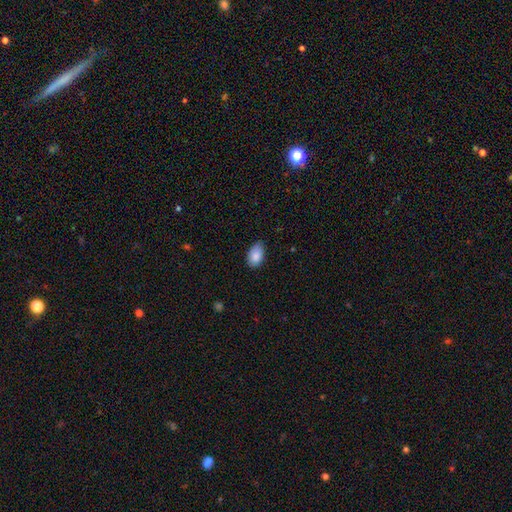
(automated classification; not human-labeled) Overall: smooth (86%). How rounded: in between (92%). Merging: none (73%).